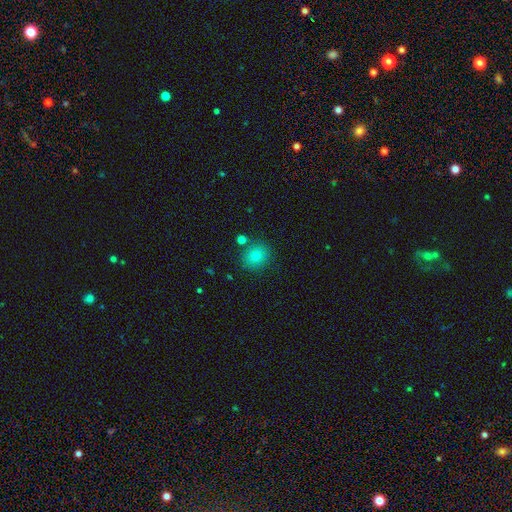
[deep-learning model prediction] Smooth or featured? Predicted: smooth (p=0.78). How rounded? Predicted: round (p=0.77). Merging? Predicted: none (p=0.84).